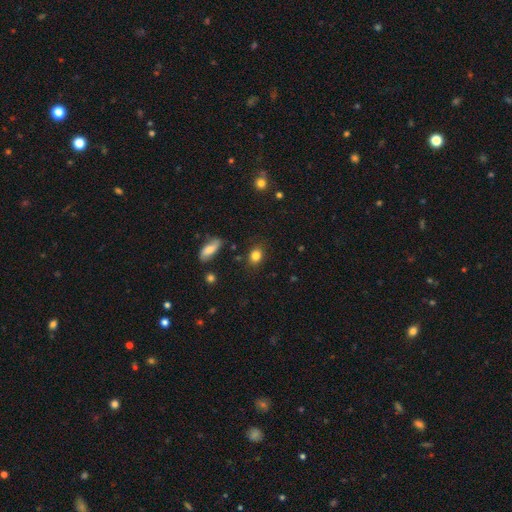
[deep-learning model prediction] Smooth or featured: smooth — 83% (star or artifact — 10%)
How rounded: in between — 55% (round — 43%)
Merging: none — 82% (minor disturbance — 12%)